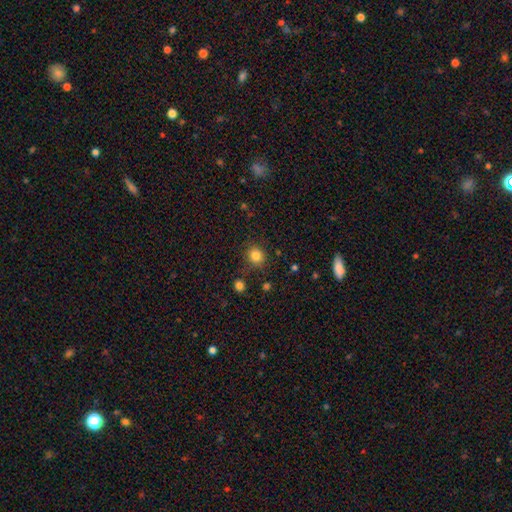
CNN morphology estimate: type=smooth (82%); roundness=round (86%); merging=none (83%).